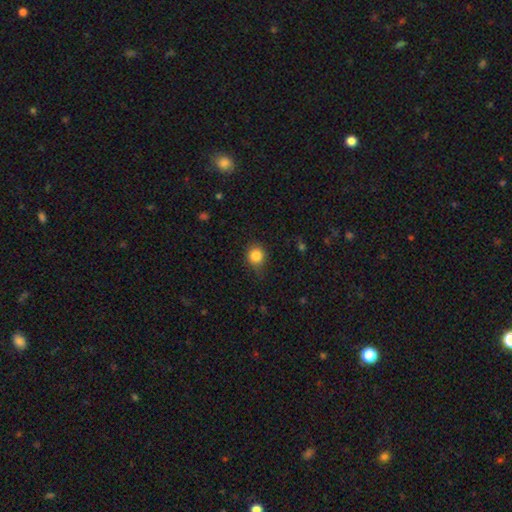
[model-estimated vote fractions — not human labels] Morphology: type=smooth (84%); roundness=round (85%); merging=none (72%).